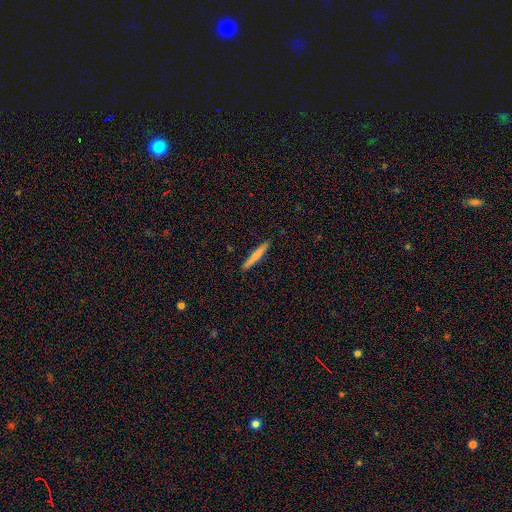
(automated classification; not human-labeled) This is likely a smooth galaxy (70%). How rounded: clearly cigar-shaped (95%). Merging: clearly none (91%).